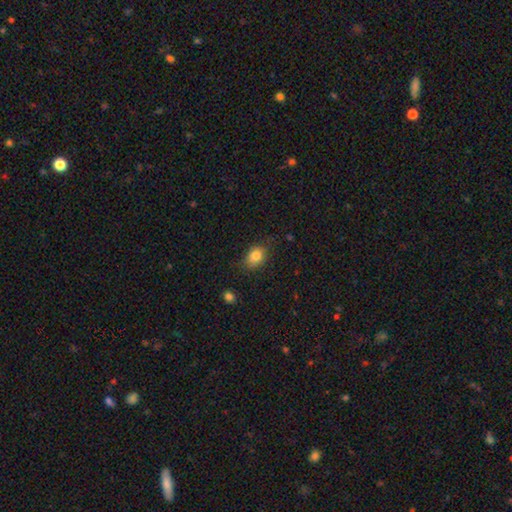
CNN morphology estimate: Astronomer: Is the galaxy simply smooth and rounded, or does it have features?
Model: smooth — 82%.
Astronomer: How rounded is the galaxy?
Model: in between — 62%.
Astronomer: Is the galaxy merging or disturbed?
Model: none — 73%.